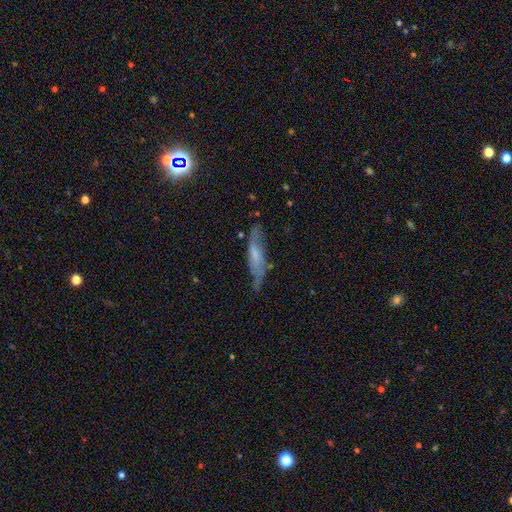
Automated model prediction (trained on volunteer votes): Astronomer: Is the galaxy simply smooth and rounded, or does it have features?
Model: featured or disk — 47% (runner-up: smooth, 43%).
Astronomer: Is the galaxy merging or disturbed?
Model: none — 59%.